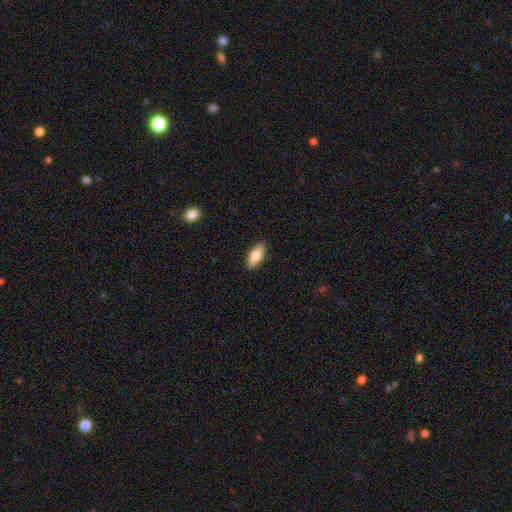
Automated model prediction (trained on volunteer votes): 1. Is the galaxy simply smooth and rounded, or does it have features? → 80% smooth, 14% featured or disk, 6% star or artifact.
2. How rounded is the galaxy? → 84% in between, 14% cigar-shaped, 2% round.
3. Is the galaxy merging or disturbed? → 90% none, 8% minor disturbance, 2% major disturbance, 1% merger.